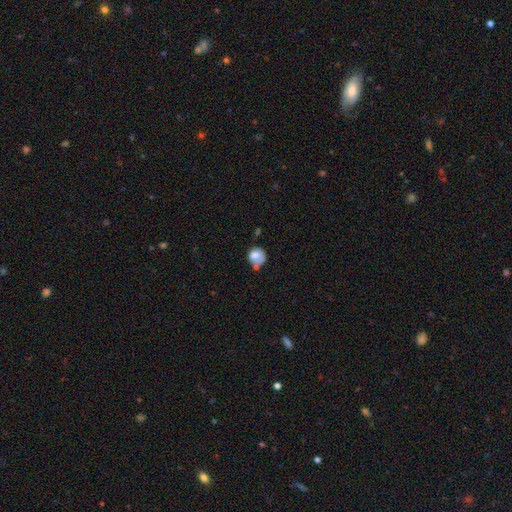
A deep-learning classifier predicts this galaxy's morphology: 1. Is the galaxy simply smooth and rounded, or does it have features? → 71% smooth, 20% featured or disk, 9% star or artifact.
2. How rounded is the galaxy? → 76% round, 23% in between, 1% cigar-shaped.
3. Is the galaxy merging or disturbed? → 46% none, 25% minor disturbance, 17% merger, 12% major disturbance.